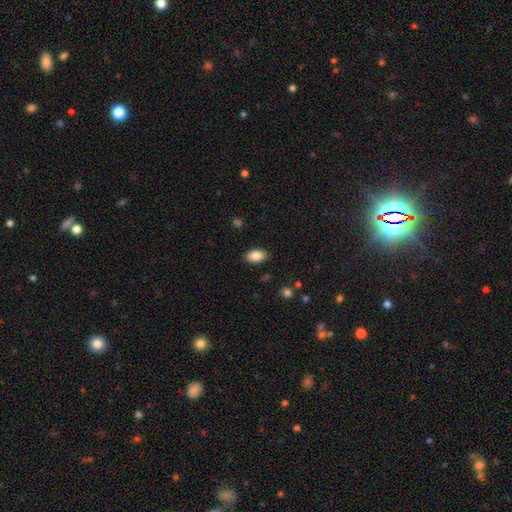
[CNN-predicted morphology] This is clearly a smooth galaxy (86%). How rounded: clearly in between (93%). Merging: clearly none (88%).